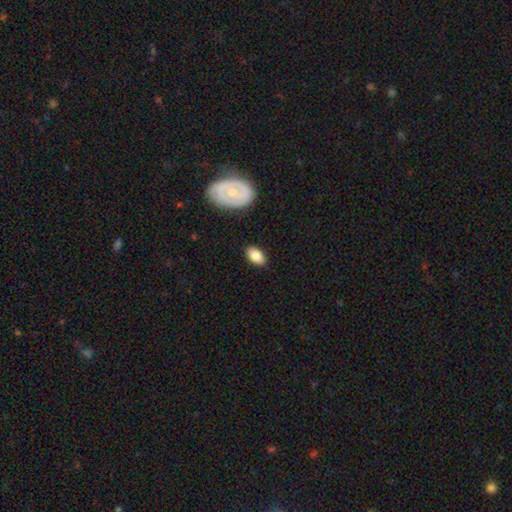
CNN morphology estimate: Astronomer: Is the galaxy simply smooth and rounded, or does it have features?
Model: smooth — 84%.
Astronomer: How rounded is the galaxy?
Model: in between — 92%.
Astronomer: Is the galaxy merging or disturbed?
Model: none — 86%.